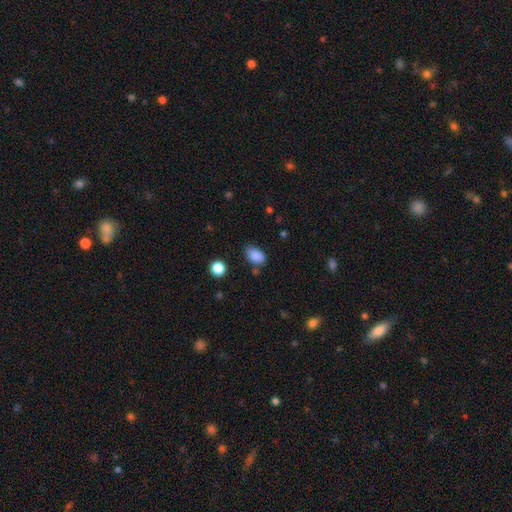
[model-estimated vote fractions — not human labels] The model was most divided on "merging": none: 66%, minor disturbance: 24%, major disturbance: 5%, merger: 4%. More confident: how rounded — in between (86%); smooth or featured — smooth (86%).